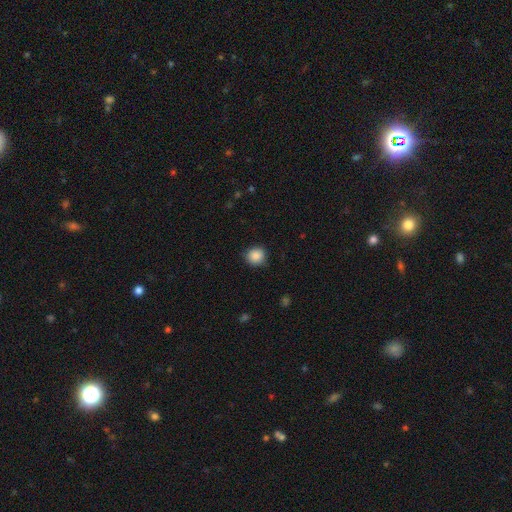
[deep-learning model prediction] A smooth galaxy with no disk features (87%) that is round (87%).

Vote fractions:
- Smooth or featured? smooth: 87% / star or artifact: 9% / featured or disk: 3%
- How rounded? round: 87% / in between: 12% / cigar-shaped: 1%
- Merging? none: 85% / minor disturbance: 11% / major disturbance: 3% / merger: 1%